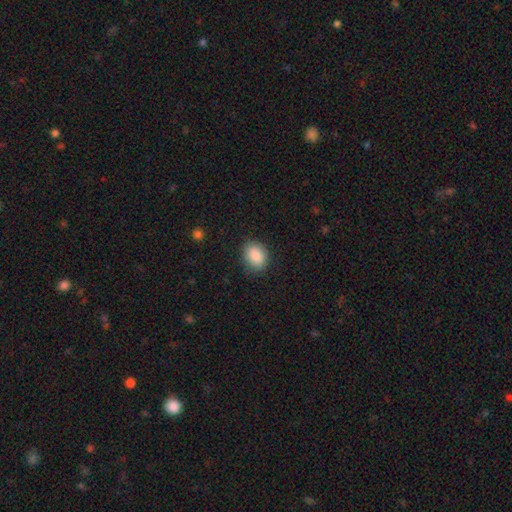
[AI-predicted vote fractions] smooth-or-featured: smooth: 89% | star or artifact: 7% | featured or disk: 4%
  how-rounded: in between: 72% | round: 27% | cigar-shaped: 1%
  merging: none: 83% | minor disturbance: 12% | major disturbance: 3% | merger: 1%